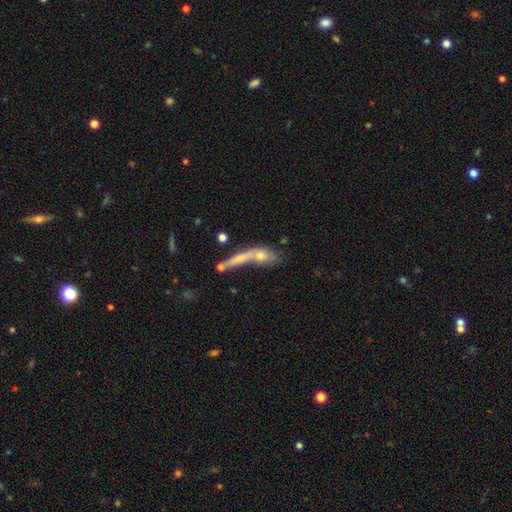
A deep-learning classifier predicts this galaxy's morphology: Smooth or featured: smooth — 45% (featured or disk — 41%)
Merging: merger — 48% (none — 26%)